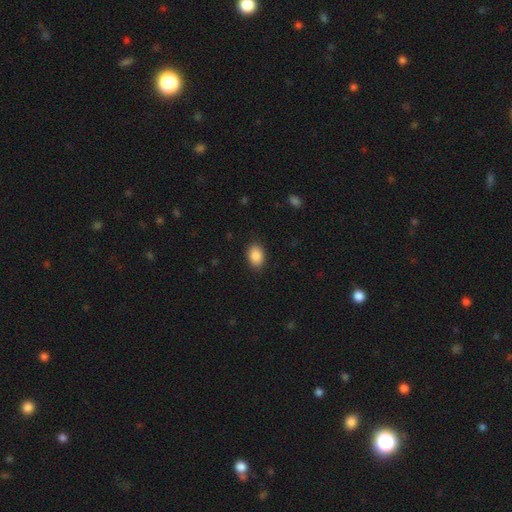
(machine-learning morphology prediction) This appears to be a smooth galaxy with no disk features (88%) that is in between round and cigar-shaped (80%). Merging: none (88%).